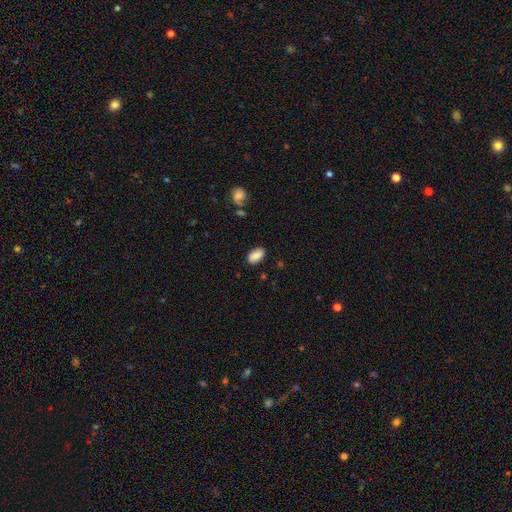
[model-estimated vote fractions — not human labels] This is clearly a smooth galaxy (85%). How rounded: clearly in between (94%). Merging: clearly none (84%).